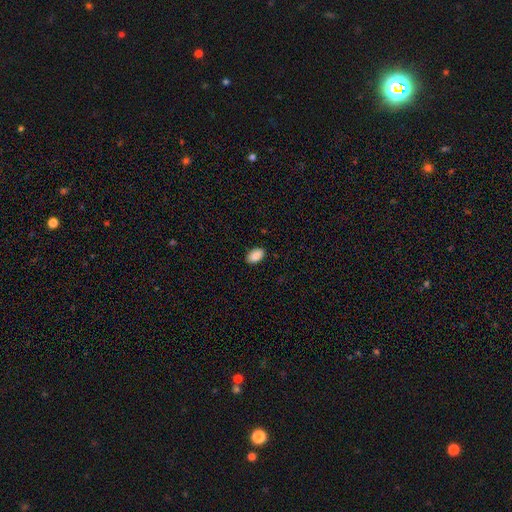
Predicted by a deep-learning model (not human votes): Smooth or featured?
  - smooth: 90% *
  - star or artifact: 7%
  - featured or disk: 3%
How rounded?
  - in between: 92% *
  - round: 7%
  - cigar-shaped: 1%
Merging?
  - none: 88% *
  - minor disturbance: 9%
  - major disturbance: 2%
  - merger: 1%